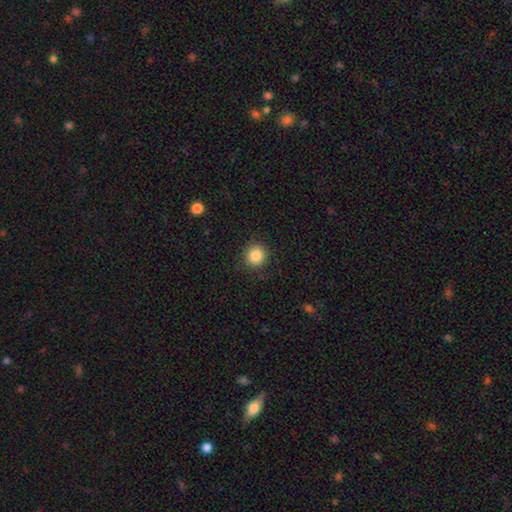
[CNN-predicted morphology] This appears to be a smooth galaxy with no disk features (85%) that is round (89%). Merging: none (89%).